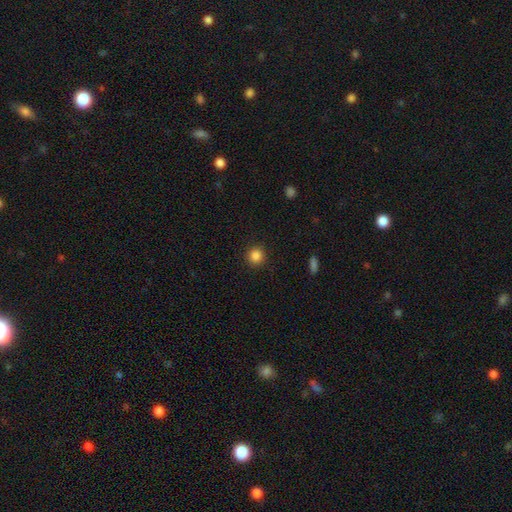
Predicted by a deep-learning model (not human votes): This appears to be a smooth galaxy with no disk features (85%) that is round (94%). Merging: none (92%).